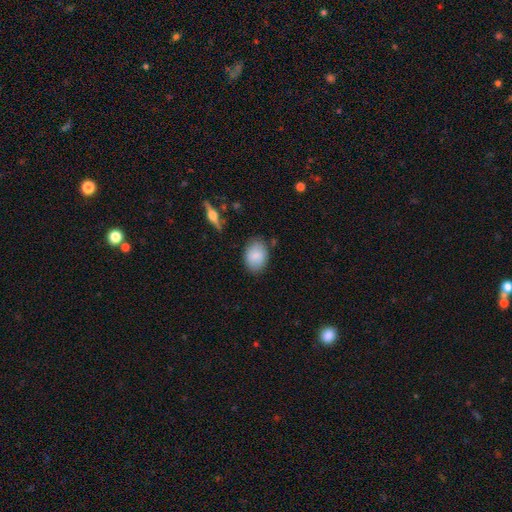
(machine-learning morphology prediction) Smooth or featured: smooth — 81% (featured or disk — 11%)
How rounded: in between — 77% (round — 21%)
Merging: none — 80% (minor disturbance — 15%)